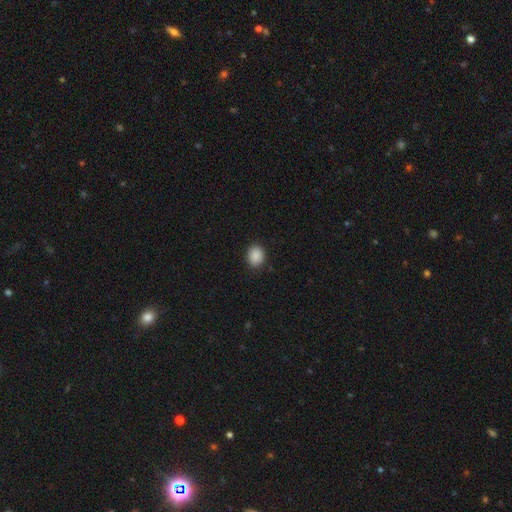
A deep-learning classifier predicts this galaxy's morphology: Smooth or featured: smooth — 89% (star or artifact — 8%)
How rounded: round — 54% (in between — 45%)
Merging: none — 88% (minor disturbance — 9%)